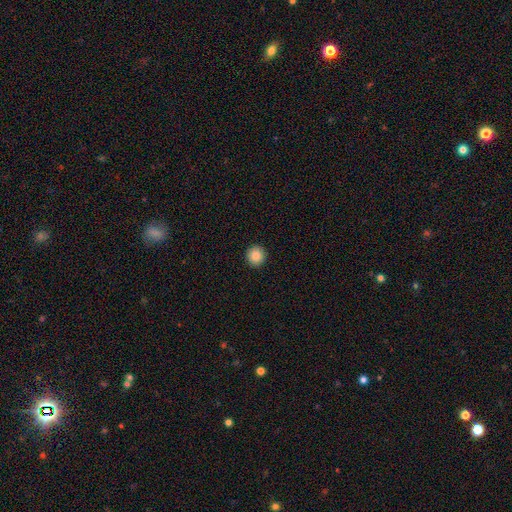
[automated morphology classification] type=smooth (87%); roundness=round (94%); merging=none (93%).